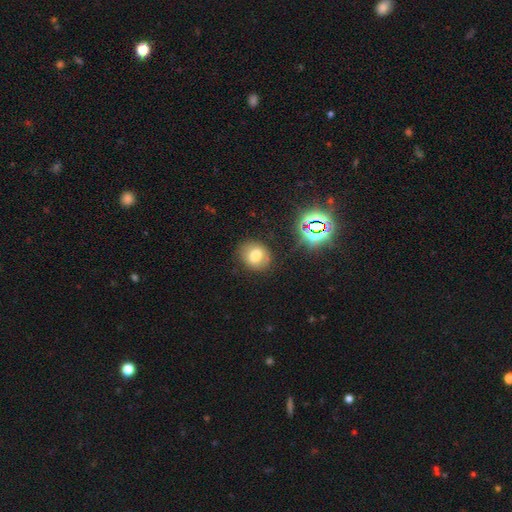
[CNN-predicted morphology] Smooth or featured?
  - smooth: 68% *
  - star or artifact: 16%
  - featured or disk: 16%
How rounded?
  - round: 71% *
  - in between: 28%
  - cigar-shaped: 1%
Merging?
  - none: 81% *
  - minor disturbance: 13%
  - major disturbance: 4%
  - merger: 2%